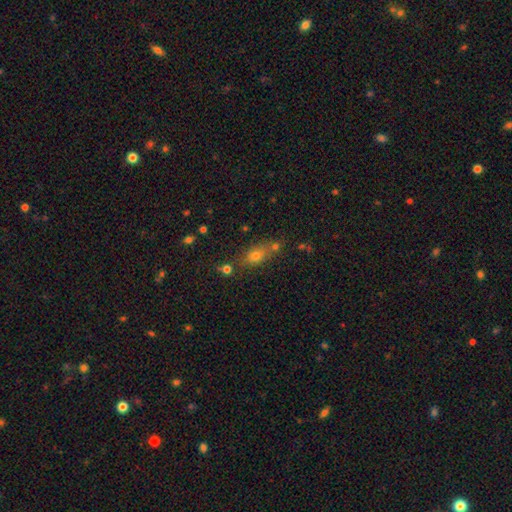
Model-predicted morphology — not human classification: smooth_or_featured: smooth (p=0.64) [alt: star or artifact p=0.21]
how_rounded: in between (p=0.59) [alt: round p=0.29]
merging: none (p=0.62) [alt: merger p=0.18]